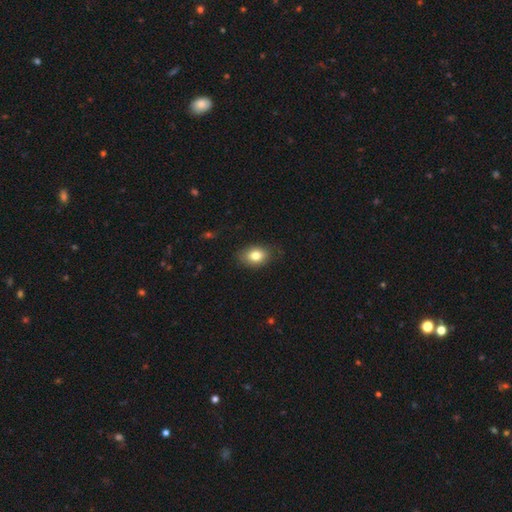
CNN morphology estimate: Smooth or featured: smooth — 80% (featured or disk — 11%)
How rounded: in between — 79% (round — 19%)
Merging: none — 80% (minor disturbance — 16%)